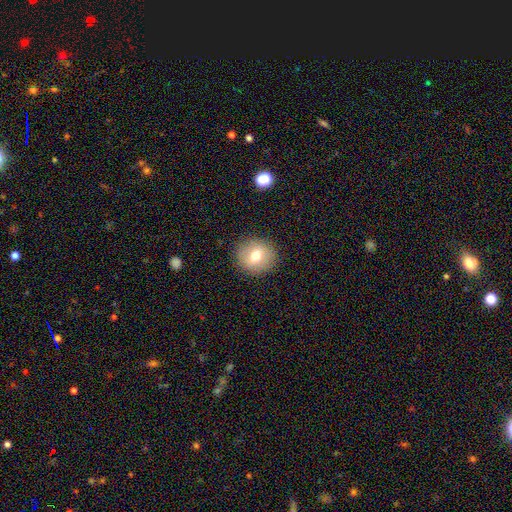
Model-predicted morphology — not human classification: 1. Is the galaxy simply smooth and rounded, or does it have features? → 70% smooth, 19% featured or disk, 10% star or artifact.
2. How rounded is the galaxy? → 89% round, 10% in between, 1% cigar-shaped.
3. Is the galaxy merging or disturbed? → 90% none, 7% minor disturbance, 2% major disturbance, 1% merger.